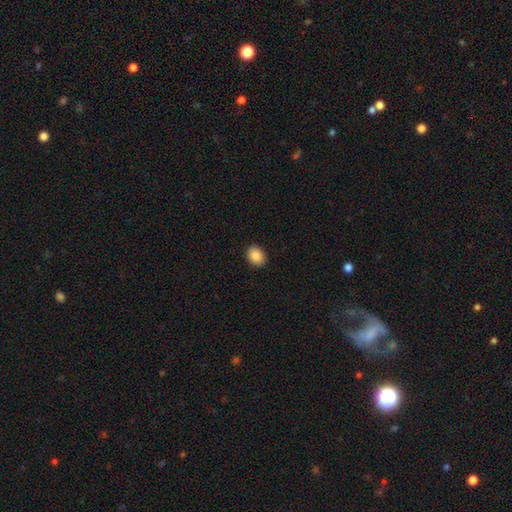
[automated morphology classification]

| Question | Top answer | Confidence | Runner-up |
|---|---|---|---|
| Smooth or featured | smooth | 89% | star or artifact (8%) |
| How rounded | in between | 59% | round (40%) |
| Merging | none | 91% | minor disturbance (7%) |